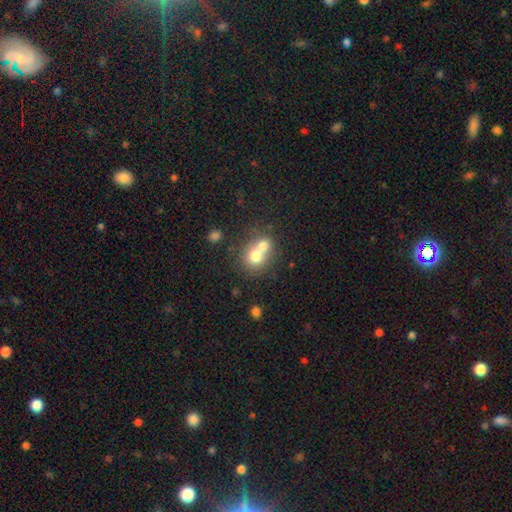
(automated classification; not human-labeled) smooth-or-featured: smooth: 70% | featured or disk: 20% | star or artifact: 11%
  how-rounded: round: 75% | in between: 24% | cigar-shaped: 1%
  merging: merger: 65% | none: 27% | minor disturbance: 5% | major disturbance: 3%